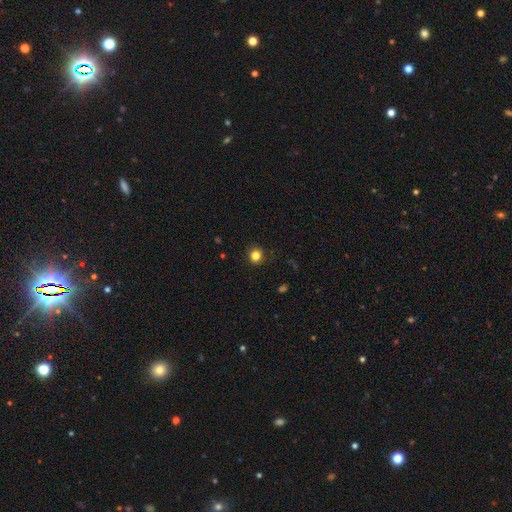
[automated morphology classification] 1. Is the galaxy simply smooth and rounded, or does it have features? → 83% smooth, 12% star or artifact, 5% featured or disk.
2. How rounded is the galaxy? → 91% round, 8% in between, 1% cigar-shaped.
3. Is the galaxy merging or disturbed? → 91% none, 6% minor disturbance, 2% major disturbance, 1% merger.